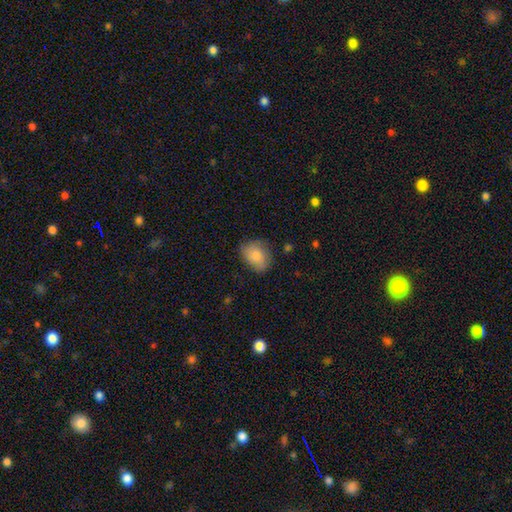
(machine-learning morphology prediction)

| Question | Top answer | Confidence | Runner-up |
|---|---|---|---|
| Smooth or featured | smooth | 84% | featured or disk (9%) |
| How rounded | in between | 65% | round (34%) |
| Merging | none | 72% | minor disturbance (21%) |